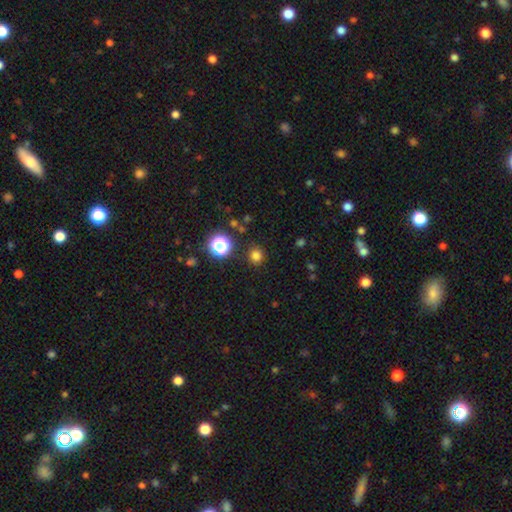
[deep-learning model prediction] Morphology: type=smooth (77%); roundness=round (90%); merging=none (88%).